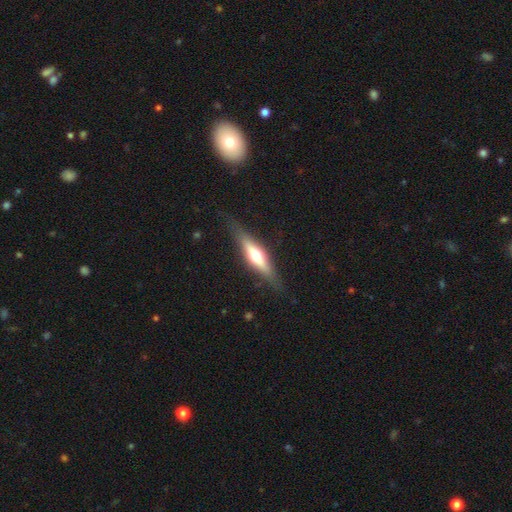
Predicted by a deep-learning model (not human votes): smooth_or_featured: featured or disk (p=0.57) [alt: smooth p=0.37]
disk_edge_on: yes (p=0.93) [alt: no p=0.07]
edge_on_bulge: rounded (p=0.88) [alt: boxy p=0.07]
merging: none (p=0.81) [alt: minor disturbance p=0.13]